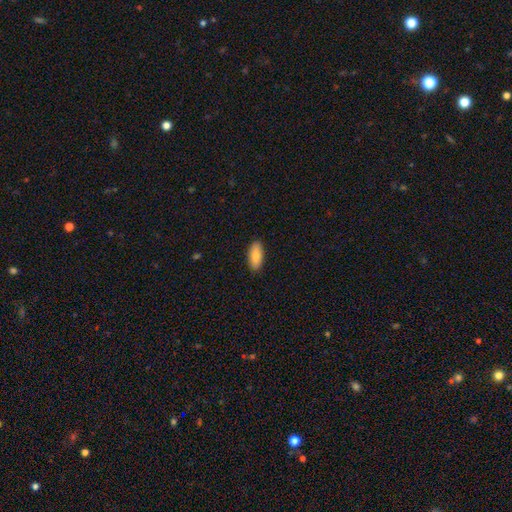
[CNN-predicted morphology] smooth-or-featured: smooth: 81% | featured or disk: 13% | star or artifact: 6%
  how-rounded: in between: 84% | cigar-shaped: 14% | round: 2%
  merging: none: 90% | minor disturbance: 8% | major disturbance: 2% | merger: 1%